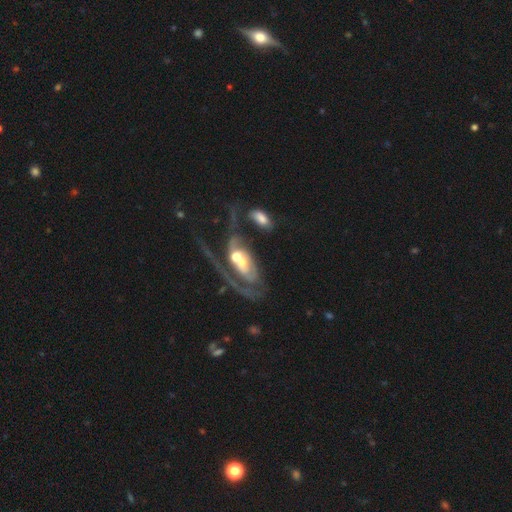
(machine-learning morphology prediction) Smooth or featured? Predicted: featured or disk (p=0.79). Edge-on disk? Predicted: no (p=0.86). Bar? Predicted: no (p=0.53). Spiral arms? Predicted: yes (p=0.75). Spiral winding? Predicted: medium (p=0.38). Spiral arm count? Predicted: 2 (p=0.44). Bulge size? Predicted: moderate (p=0.59). Merging? Predicted: merger (p=0.32).